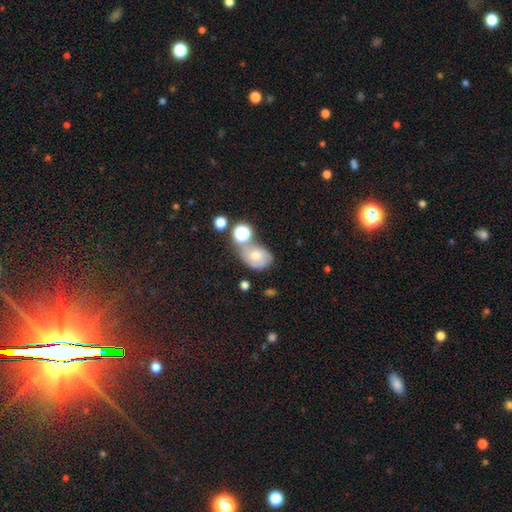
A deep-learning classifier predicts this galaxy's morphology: smooth_or_featured: smooth (p=0.42) [alt: featured or disk p=0.32]
merging: none (p=0.56) [alt: merger p=0.19]